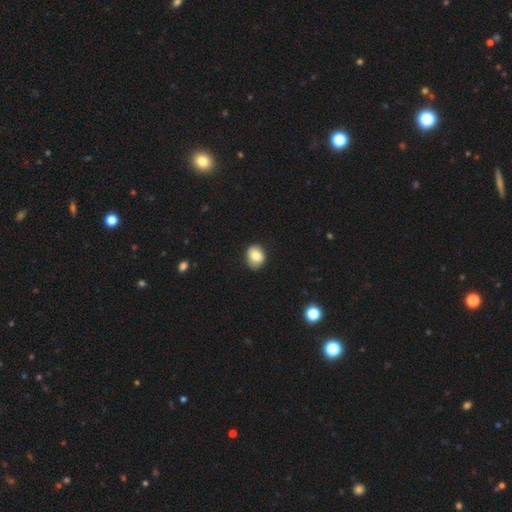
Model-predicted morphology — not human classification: type=smooth (84%); roundness=in between (59%); merging=none (76%).